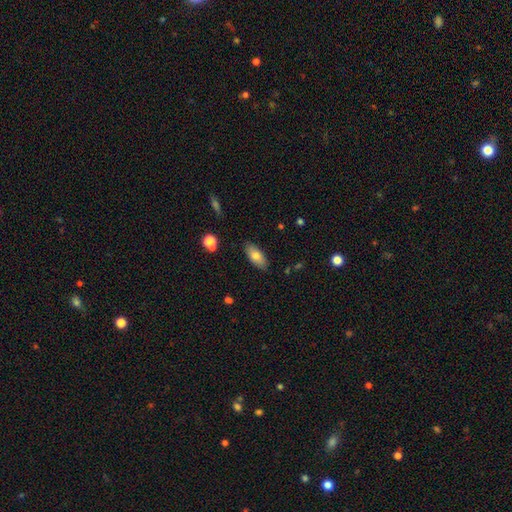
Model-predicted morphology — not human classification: This is likely a smooth galaxy (76%). How rounded: clearly in between (87%). Merging: clearly none (86%).